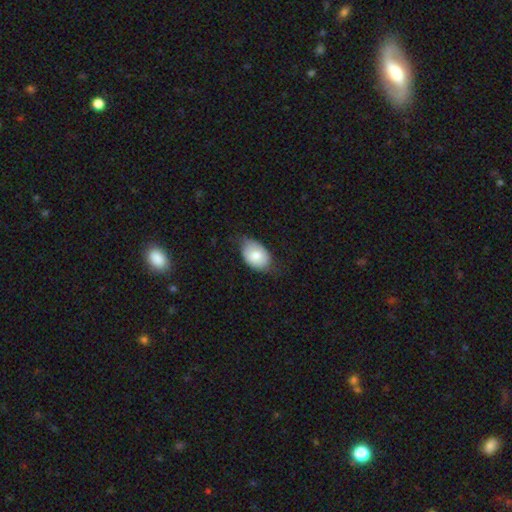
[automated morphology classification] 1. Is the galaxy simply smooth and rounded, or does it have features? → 75% smooth, 19% featured or disk, 6% star or artifact.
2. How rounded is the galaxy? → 85% in between, 14% round, 1% cigar-shaped.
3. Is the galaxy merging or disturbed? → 57% none, 33% minor disturbance, 8% major disturbance, 1% merger.